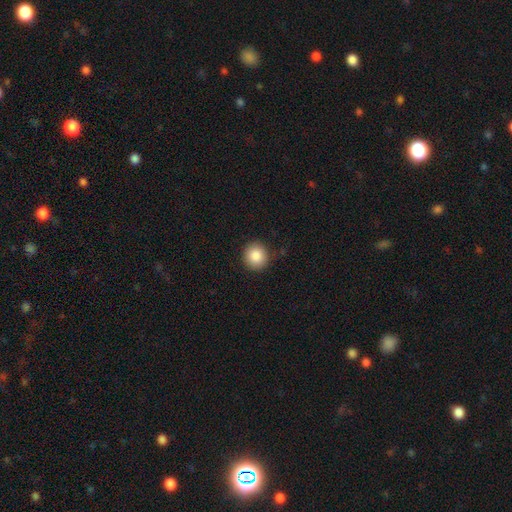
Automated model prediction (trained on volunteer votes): A smooth galaxy with no disk features (87%) that is round (91%). Merging: none (89%).